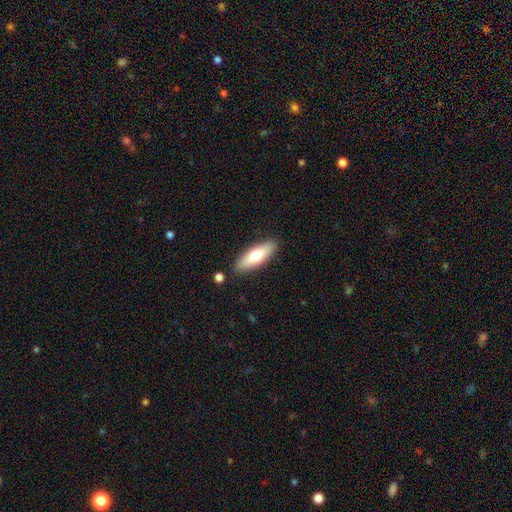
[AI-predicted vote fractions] Q: Smooth or featured?
A: smooth (69%); runner-up: featured or disk (26%)
Q: How rounded?
A: in between (54%); runner-up: cigar-shaped (45%)
Q: Merging?
A: none (86%); runner-up: minor disturbance (9%)